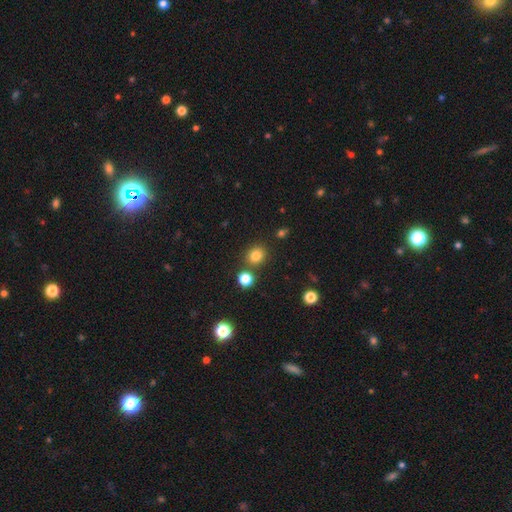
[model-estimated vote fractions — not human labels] Smooth or featured? Predicted: smooth (p=0.81). How rounded? Predicted: round (p=0.82). Merging? Predicted: none (p=0.80).